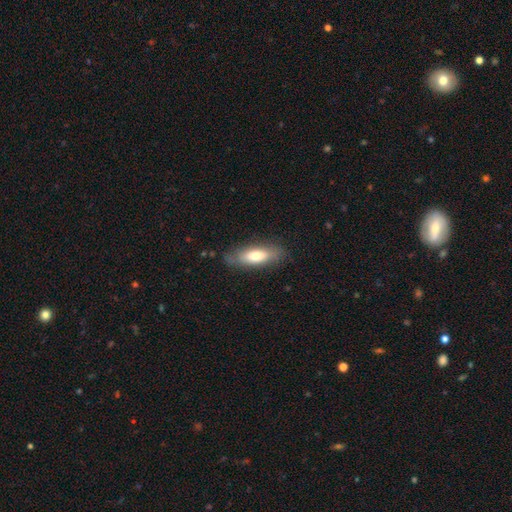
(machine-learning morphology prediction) smooth-or-featured: smooth: 69% | featured or disk: 25% | star or artifact: 6%
  how-rounded: in between: 58% | cigar-shaped: 40% | round: 2%
  merging: none: 78% | minor disturbance: 16% | major disturbance: 4% | merger: 1%